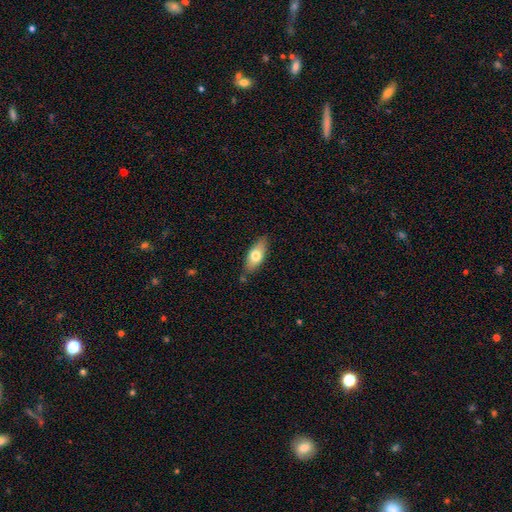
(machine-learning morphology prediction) Overall: smooth (68%). How rounded: in between (78%). Merging: none (79%).